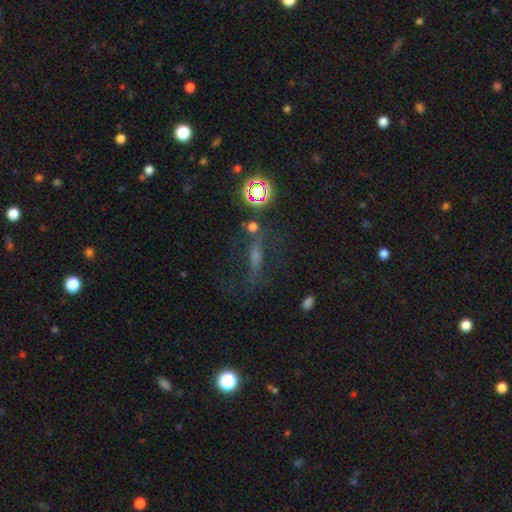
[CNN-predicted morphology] type=featured or disk (40%); merging=none (61%).